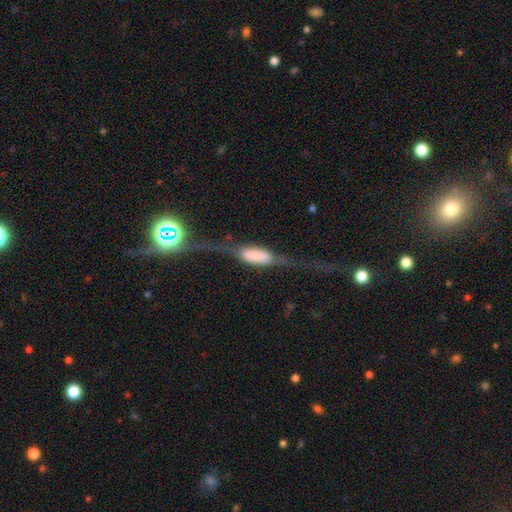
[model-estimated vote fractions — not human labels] Q: Smooth or featured?
A: smooth (49%); runner-up: featured or disk (44%)
Q: Merging?
A: major disturbance (42%); runner-up: none (29%)